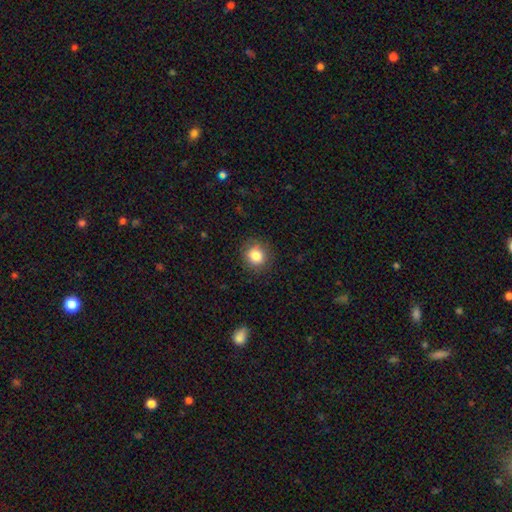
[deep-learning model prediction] This is clearly a smooth galaxy (84%). How rounded: clearly round (86%). Merging: clearly none (85%).